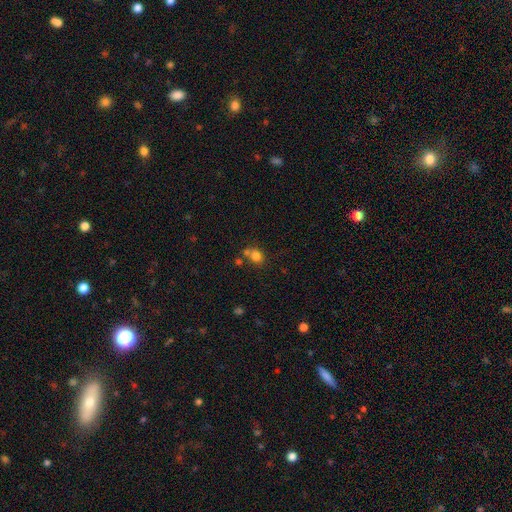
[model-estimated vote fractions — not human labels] smooth_or_featured: smooth (p=0.78) [alt: star or artifact p=0.13]
how_rounded: round (p=0.57) [alt: in between p=0.41]
merging: none (p=0.51) [alt: merger p=0.30]